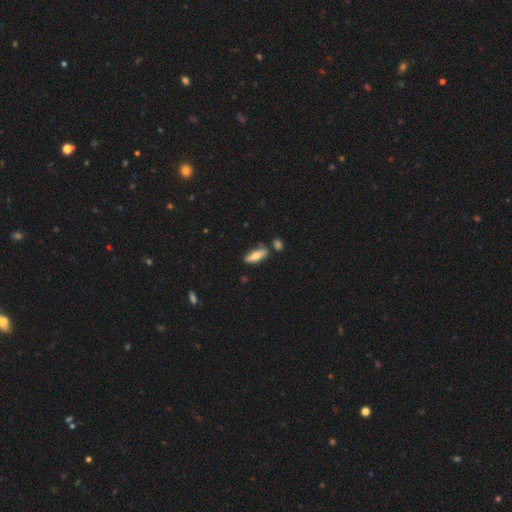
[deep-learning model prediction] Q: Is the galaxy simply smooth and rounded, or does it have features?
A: smooth — 71%.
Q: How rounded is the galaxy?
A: in between — 59%.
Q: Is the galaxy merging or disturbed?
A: none — 72%.